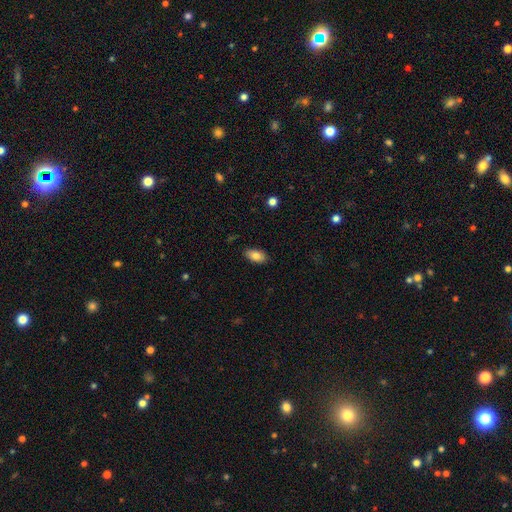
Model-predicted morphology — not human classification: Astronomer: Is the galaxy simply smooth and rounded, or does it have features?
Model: smooth — 82%.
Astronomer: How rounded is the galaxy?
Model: in between — 93%.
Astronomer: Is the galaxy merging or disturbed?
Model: none — 87%.